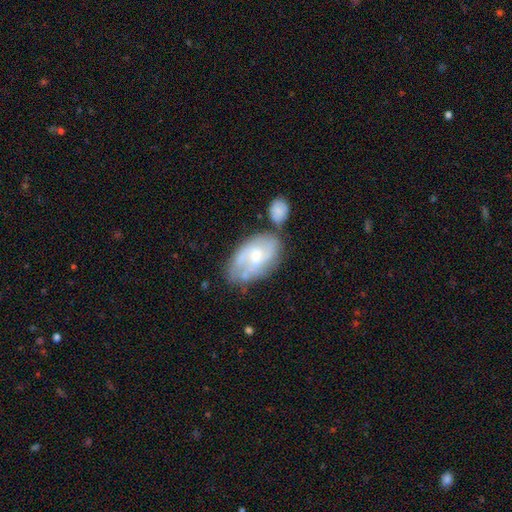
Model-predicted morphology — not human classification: Smooth or featured? featured or disk (59%)
Edge-on disk? no (94%)
Bar? no (57%)
Spiral arms? yes (72%)
Bulge size? moderate (46%)
Merging? none (44%)